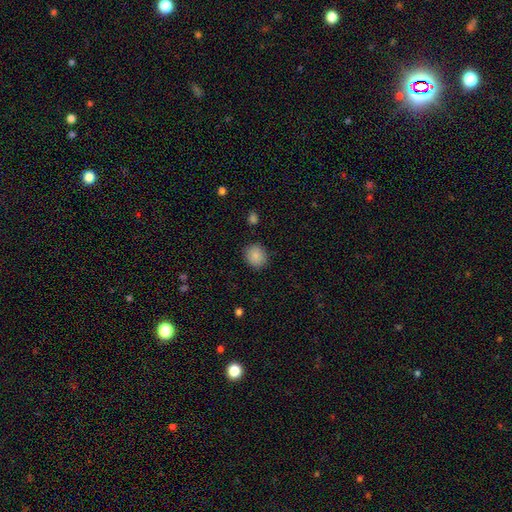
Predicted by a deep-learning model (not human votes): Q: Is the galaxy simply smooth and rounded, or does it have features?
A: smooth — 87%.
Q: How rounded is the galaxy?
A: round — 74%.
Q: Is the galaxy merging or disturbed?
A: none — 88%.